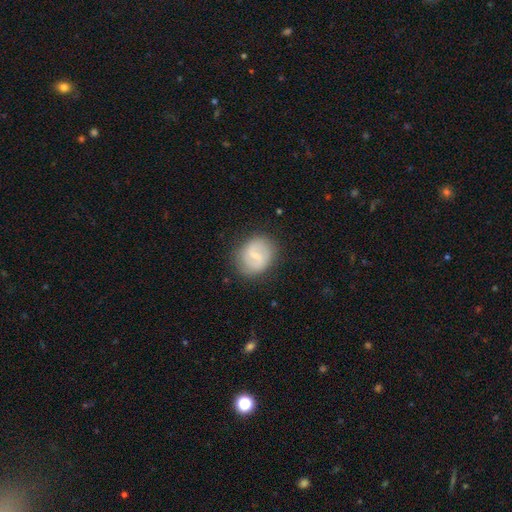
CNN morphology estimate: smooth-or-featured: featured or disk: 54% | smooth: 39% | star or artifact: 6%
  disk-edge-on: no: 97% | yes: 3%
    bar: weak: 59% | strong: 27% | no: 15%
    has-spiral-arms: yes: 69% | no: 31%
    bulge-size: small: 61% | moderate: 25% | none: 11% | large: 2% | dominant: 1%
  merging: none: 80% | minor disturbance: 14% | major disturbance: 5% | merger: 1%